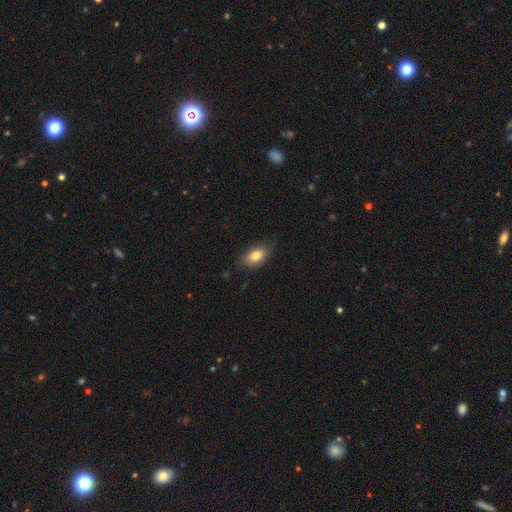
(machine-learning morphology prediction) This appears to be a smooth galaxy with no disk features (83%) that is in between round and cigar-shaped (89%). Merging: none (76%).